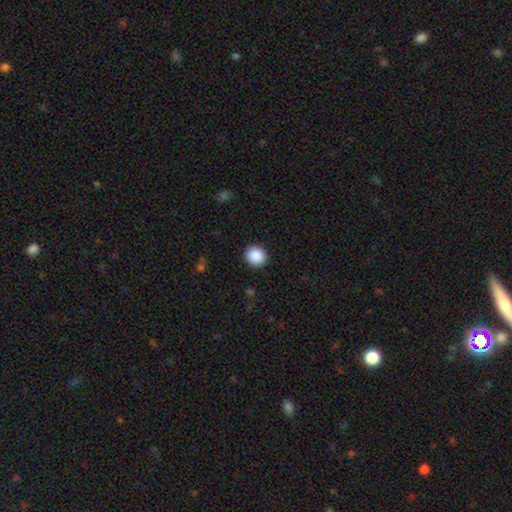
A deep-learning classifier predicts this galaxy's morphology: Smooth or featured? Predicted: smooth (p=0.88). How rounded? Predicted: round (p=0.88). Merging? Predicted: none (p=0.92).